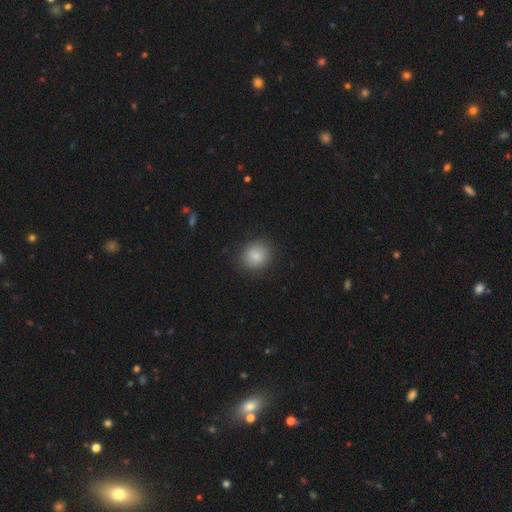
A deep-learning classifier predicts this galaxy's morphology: smooth-or-featured: smooth: 85% | star or artifact: 9% | featured or disk: 6%
  how-rounded: round: 82% | in between: 17% | cigar-shaped: 1%
  merging: none: 87% | minor disturbance: 9% | major disturbance: 3% | merger: 1%